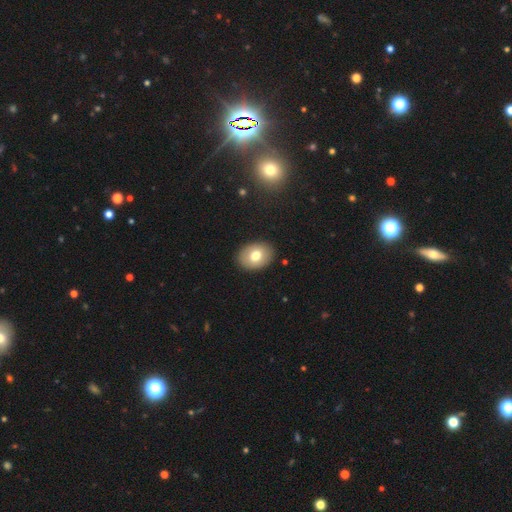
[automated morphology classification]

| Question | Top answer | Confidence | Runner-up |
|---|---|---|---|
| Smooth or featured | smooth | 75% | featured or disk (17%) |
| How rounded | in between | 71% | round (28%) |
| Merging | none | 90% | minor disturbance (7%) |